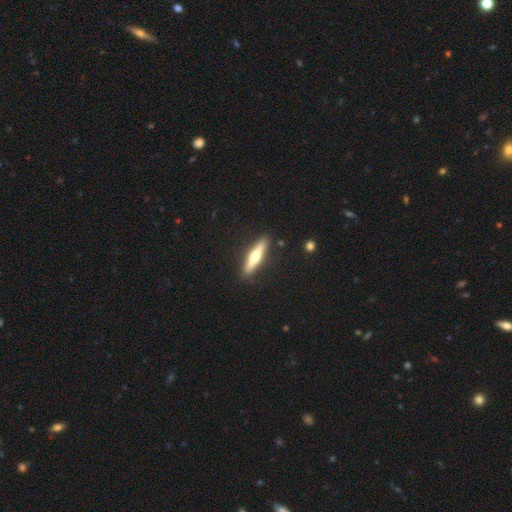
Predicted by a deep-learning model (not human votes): Smooth or featured: featured or disk — 55% (smooth — 40%)
Edge-on disk: yes — 94% (no — 6%)
Edge-on bulge: rounded — 92% (none — 5%)
Merging: none — 89% (minor disturbance — 8%)